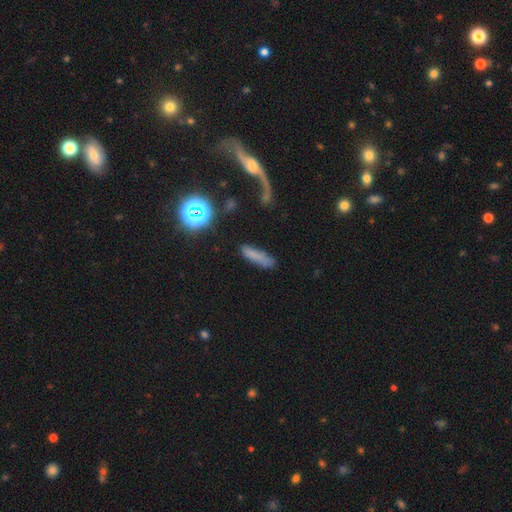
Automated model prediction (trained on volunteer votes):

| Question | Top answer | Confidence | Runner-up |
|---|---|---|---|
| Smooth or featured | smooth | 68% | featured or disk (17%) |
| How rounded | cigar-shaped | 70% | in between (26%) |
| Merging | none | 64% | minor disturbance (18%) |